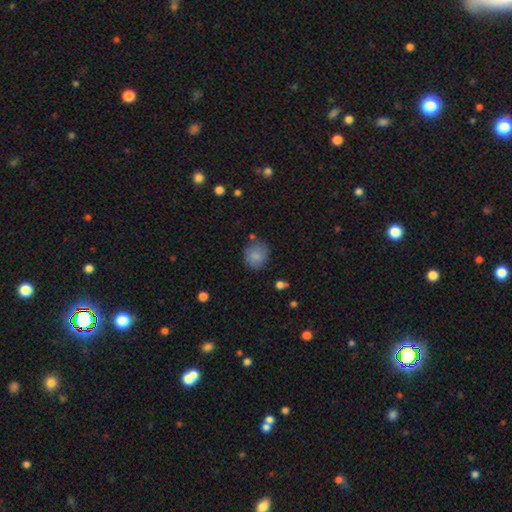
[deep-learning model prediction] A smooth galaxy with no disk features (82%) that is round (82%).

Vote fractions:
- Smooth or featured? smooth: 82% / featured or disk: 10% / star or artifact: 8%
- How rounded? round: 82% / in between: 17% / cigar-shaped: 1%
- Merging? none: 68% / minor disturbance: 21% / major disturbance: 6% / merger: 5%